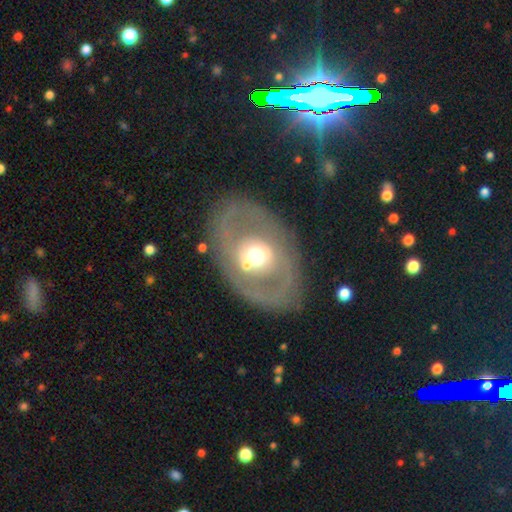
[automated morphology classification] Smooth or featured?
  - featured or disk: 64% *
  - smooth: 29%
  - star or artifact: 8%
Edge-on disk?
  - no: 91% *
  - yes: 9%
Bar?
  - no: 69% *
  - weak: 20%
  - strong: 11%
Spiral arms?
  - no: 78% *
  - yes: 22%
Bulge size?
  - moderate: 62% *
  - large: 24%
  - small: 9%
  - dominant: 4%
  - none: 1%
Merging?
  - none: 73% *
  - minor disturbance: 13%
  - major disturbance: 10%
  - merger: 4%